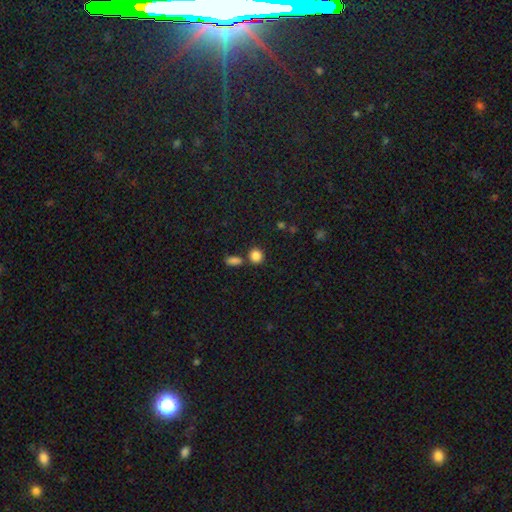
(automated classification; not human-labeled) Q: Smooth or featured?
A: smooth (85%); runner-up: star or artifact (11%)
Q: How rounded?
A: round (81%); runner-up: in between (18%)
Q: Merging?
A: none (71%); runner-up: merger (16%)